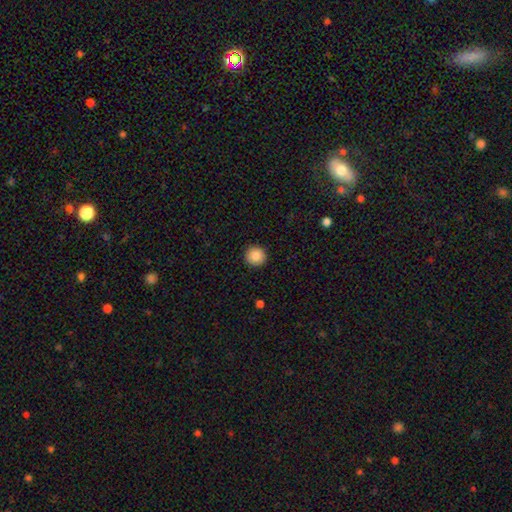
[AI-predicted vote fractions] Q: Smooth or featured?
A: smooth (88%); runner-up: star or artifact (8%)
Q: How rounded?
A: round (94%); runner-up: in between (5%)
Q: Merging?
A: none (92%); runner-up: minor disturbance (5%)